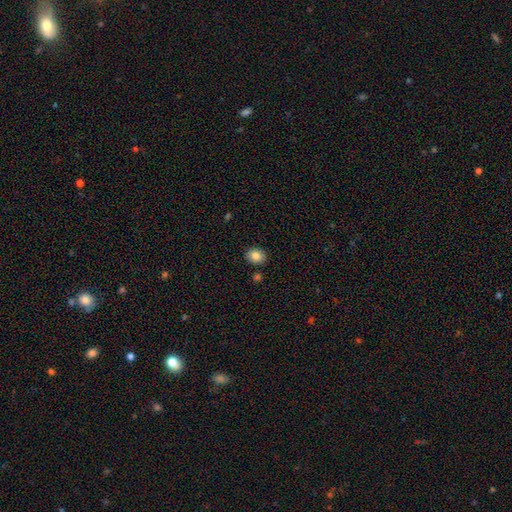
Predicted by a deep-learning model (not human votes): Overall: smooth (84%). How rounded: in between (50%, tied with round). Merging: none (87%).